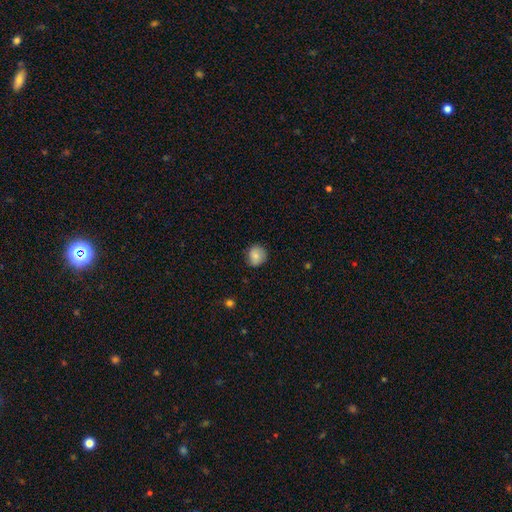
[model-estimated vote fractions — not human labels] A smooth galaxy with no disk features (81%) that is round (82%). Merging: none (78%).